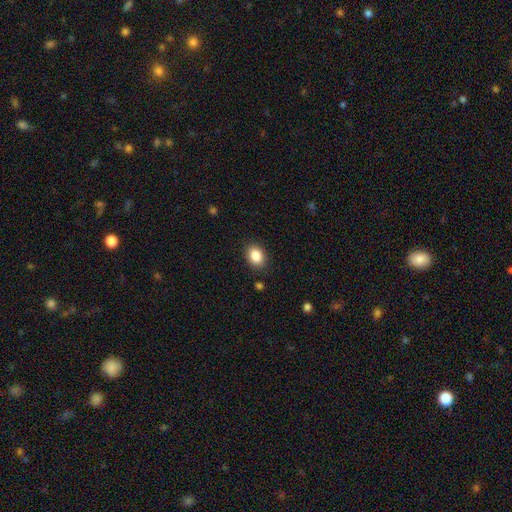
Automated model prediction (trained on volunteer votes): Smooth or featured? Predicted: smooth (p=0.86). How rounded? Predicted: in between (p=0.66). Merging? Predicted: none (p=0.87).